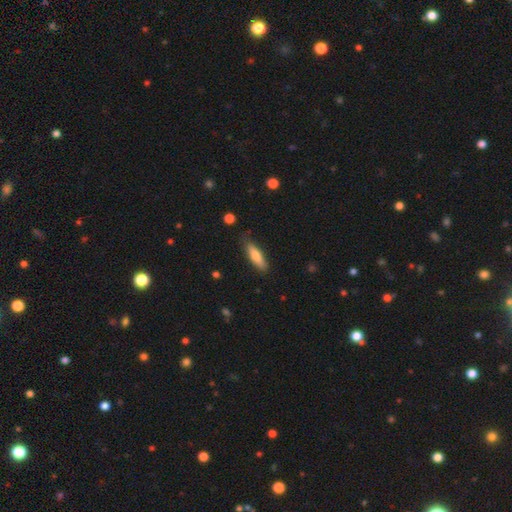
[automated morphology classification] A smooth galaxy with no disk features (73%) that is cigar-shaped (61%).

Vote fractions:
- Smooth or featured? smooth: 73% / featured or disk: 21% / star or artifact: 6%
- How rounded? cigar-shaped: 61% / in between: 37% / round: 2%
- Merging? none: 80% / minor disturbance: 16% / major disturbance: 3% / merger: 1%